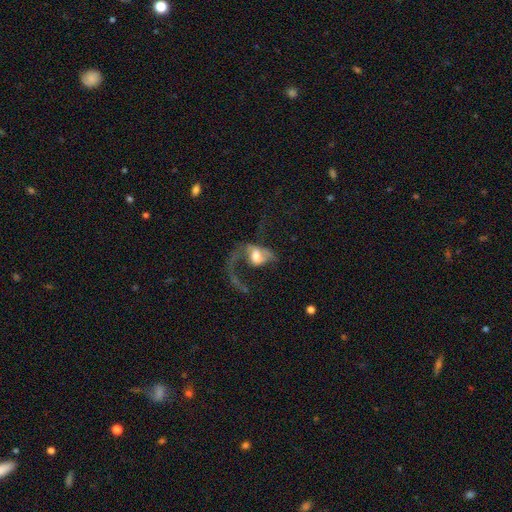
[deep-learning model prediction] This appears to be a featured or disk galaxy (59%) with no bar (61%), spiral arms (63%) and a moderate central bulge (40%). Merging: major disturbance (67%).